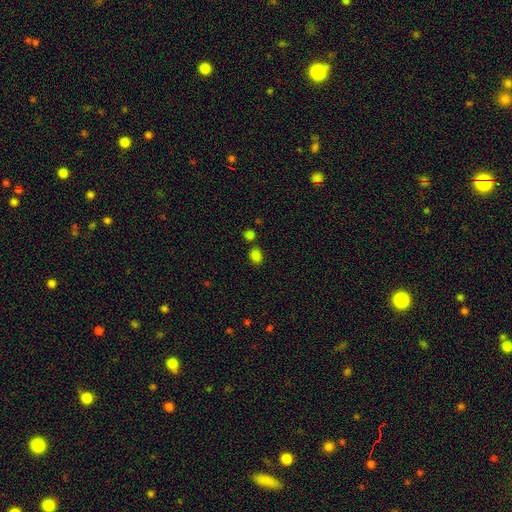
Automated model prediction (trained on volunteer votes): smooth_or_featured: smooth (p=0.82) [alt: star or artifact p=0.14]
how_rounded: in between (p=0.53) [alt: round p=0.46]
merging: none (p=0.74) [alt: merger p=0.12]